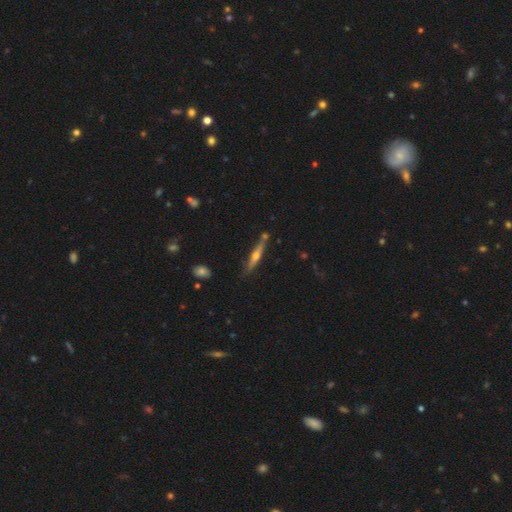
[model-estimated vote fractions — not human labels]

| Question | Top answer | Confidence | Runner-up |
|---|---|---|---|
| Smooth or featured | featured or disk | 66% | smooth (27%) |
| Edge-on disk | yes | 96% | no (4%) |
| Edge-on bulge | rounded | 89% | none (7%) |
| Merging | none | 76% | minor disturbance (13%) |